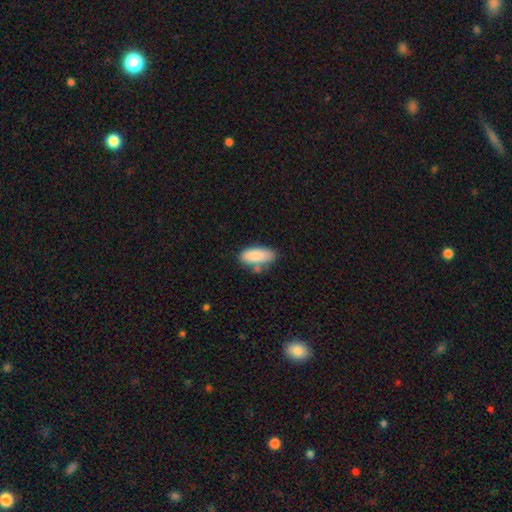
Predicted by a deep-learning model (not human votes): The model was most divided on "merging": none: 61%, minor disturbance: 22%, merger: 12%, major disturbance: 5%. More confident: how rounded — in between (85%); smooth or featured — smooth (85%).